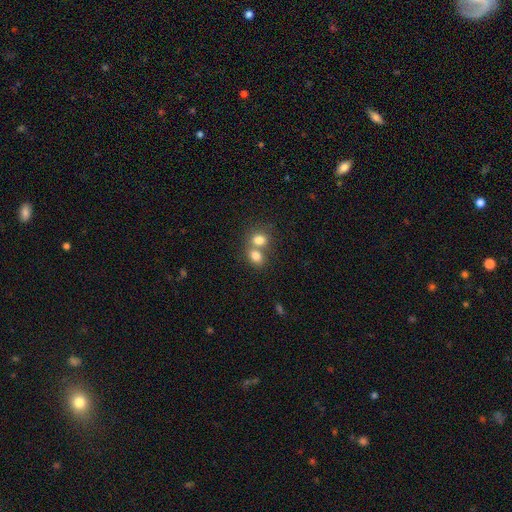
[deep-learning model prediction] This appears to be a smooth galaxy with no disk features (79%) that is in between round and cigar-shaped (54%). Merging: merger (60%).